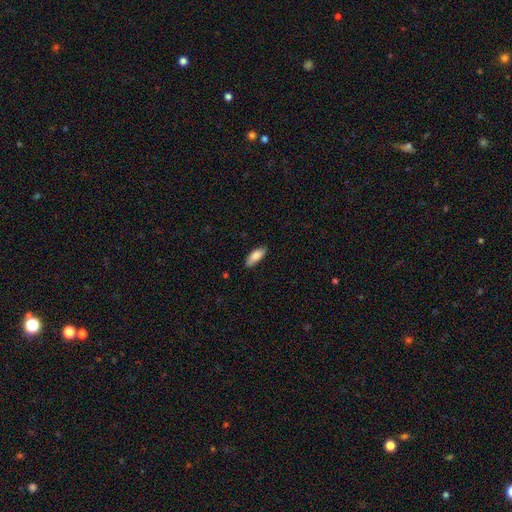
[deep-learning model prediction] smooth_or_featured: smooth (p=0.83) [alt: featured or disk p=0.11]
how_rounded: in between (p=0.73) [alt: cigar-shaped p=0.25]
merging: none (p=0.82) [alt: minor disturbance p=0.15]